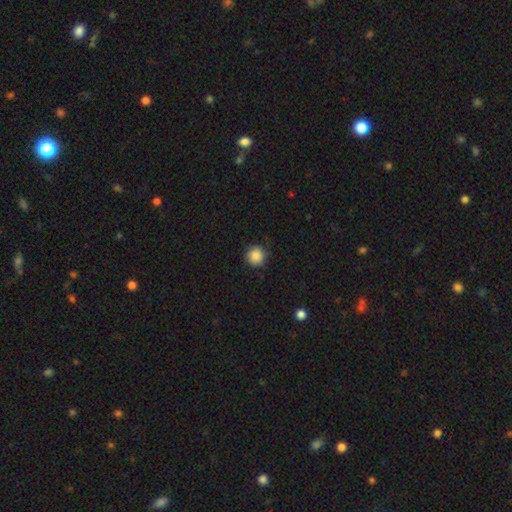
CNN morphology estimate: This is clearly a smooth galaxy (87%). How rounded: clearly round (94%). Merging: clearly none (87%).